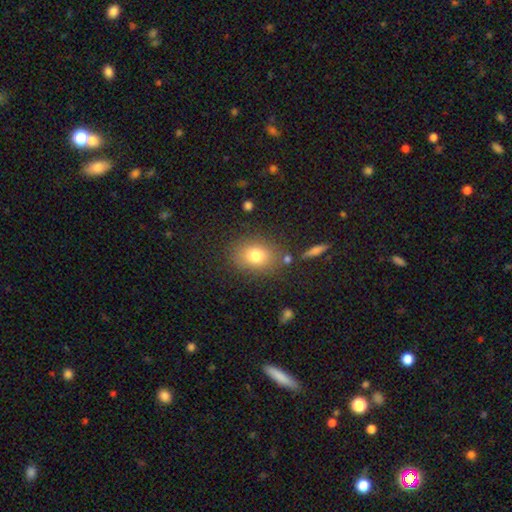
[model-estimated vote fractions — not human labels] This appears to be a smooth galaxy with no disk features (78%) that is in between round and cigar-shaped (61%). Merging: none (80%).